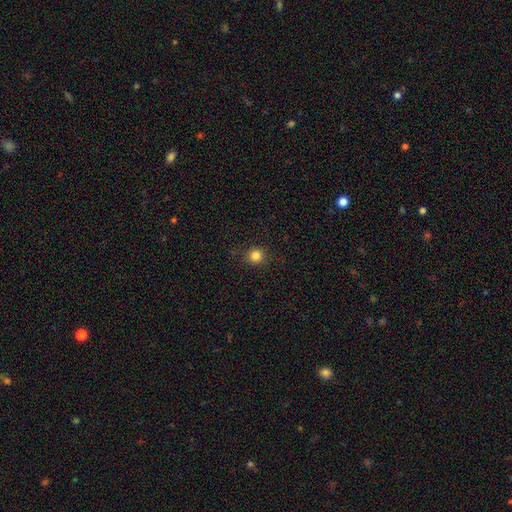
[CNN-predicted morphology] smooth-or-featured: smooth: 83% | star or artifact: 12% | featured or disk: 4%
  how-rounded: round: 92% | in between: 7% | cigar-shaped: 1%
  merging: none: 89% | minor disturbance: 7% | major disturbance: 2% | merger: 1%